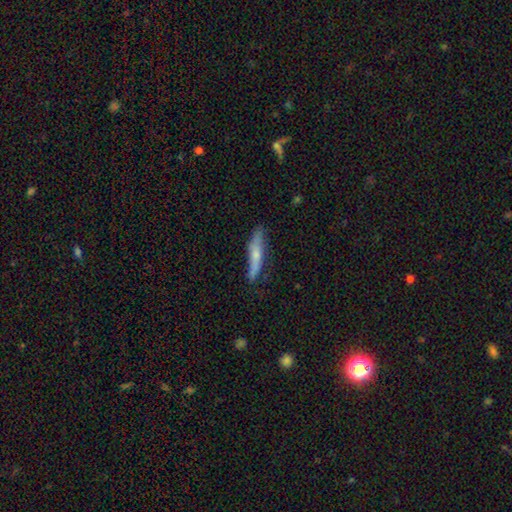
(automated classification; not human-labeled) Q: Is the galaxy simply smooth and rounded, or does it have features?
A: smooth — 50%.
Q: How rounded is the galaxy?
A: cigar-shaped — 89%.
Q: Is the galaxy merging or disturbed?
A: none — 74%.